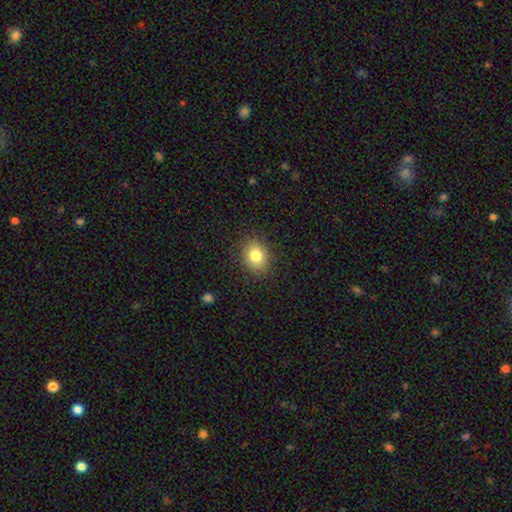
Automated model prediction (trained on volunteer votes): smooth 81%, star or artifact 10%, featured or disk 8%. Down the decision tree: how rounded — round (56%); merging — none (87%).